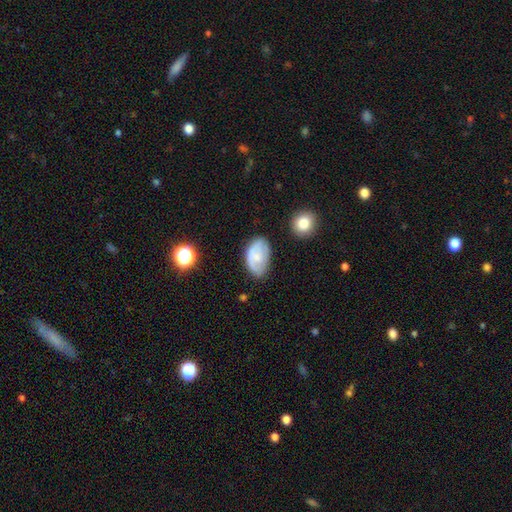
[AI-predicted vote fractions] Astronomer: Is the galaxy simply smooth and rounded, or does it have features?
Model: smooth — 52% (runner-up: featured or disk, 40%).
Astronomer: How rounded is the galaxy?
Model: in between — 88%.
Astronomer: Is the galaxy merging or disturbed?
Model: none — 66%.